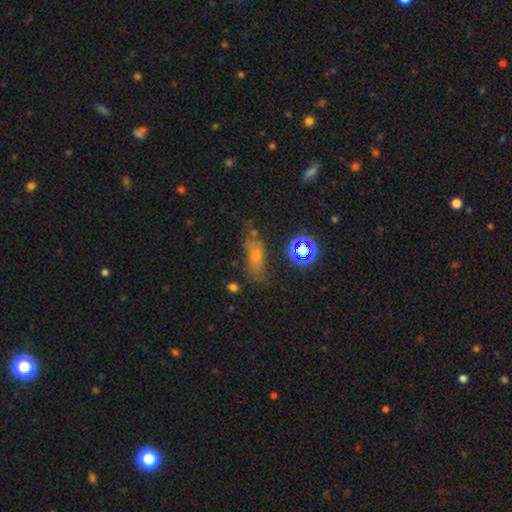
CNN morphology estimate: A smooth galaxy with no disk features (63%) that is in between round and cigar-shaped (62%).

Vote fractions:
- Smooth or featured? smooth: 63% / star or artifact: 20% / featured or disk: 17%
- How rounded? in between: 62% / cigar-shaped: 29% / round: 9%
- Merging? none: 58% / minor disturbance: 24% / major disturbance: 11% / merger: 7%